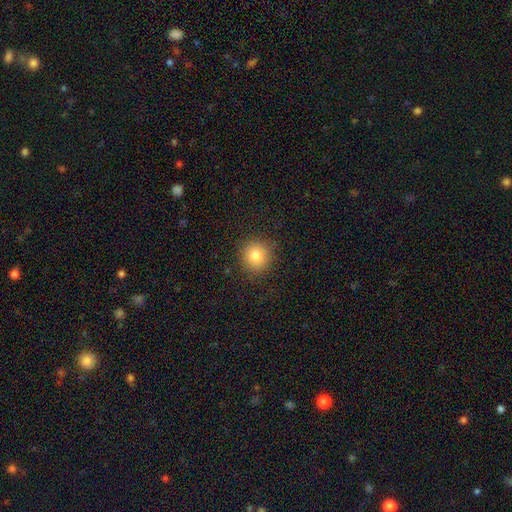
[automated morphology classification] Q: Smooth or featured?
A: smooth (81%); runner-up: star or artifact (11%)
Q: How rounded?
A: round (92%); runner-up: in between (7%)
Q: Merging?
A: none (88%); runner-up: minor disturbance (8%)